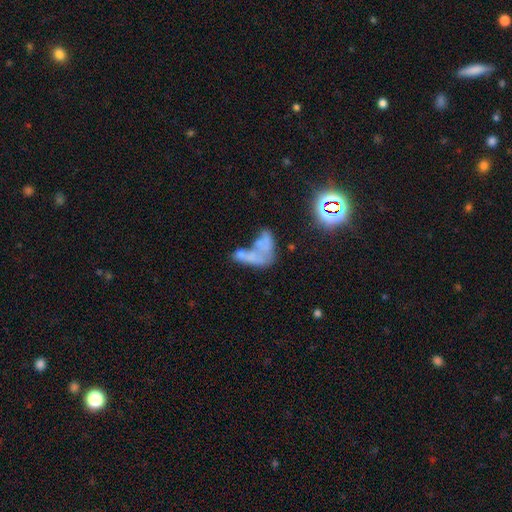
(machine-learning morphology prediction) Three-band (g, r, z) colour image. It shows a smooth galaxy with no disk features (48%). Merging: merger (58%).